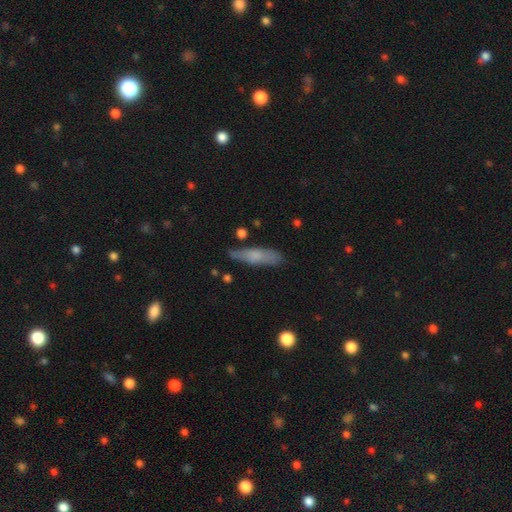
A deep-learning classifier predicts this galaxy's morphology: This is likely a smooth galaxy (65%). How rounded: likely cigar-shaped (69%). Merging: likely none (72%).